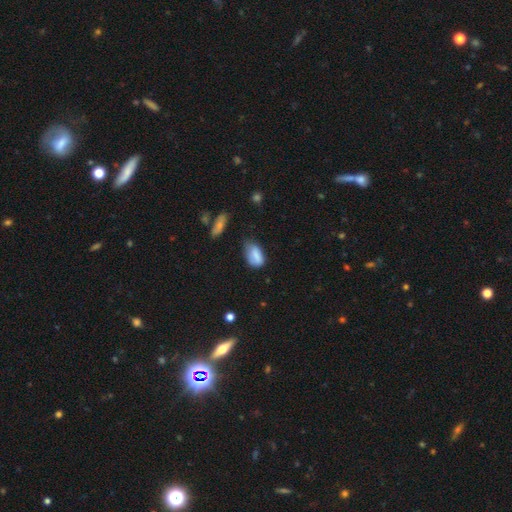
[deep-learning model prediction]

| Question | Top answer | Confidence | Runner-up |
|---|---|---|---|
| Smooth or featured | smooth | 80% | featured or disk (11%) |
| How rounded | in between | 90% | round (6%) |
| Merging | none | 47% | minor disturbance (37%) |